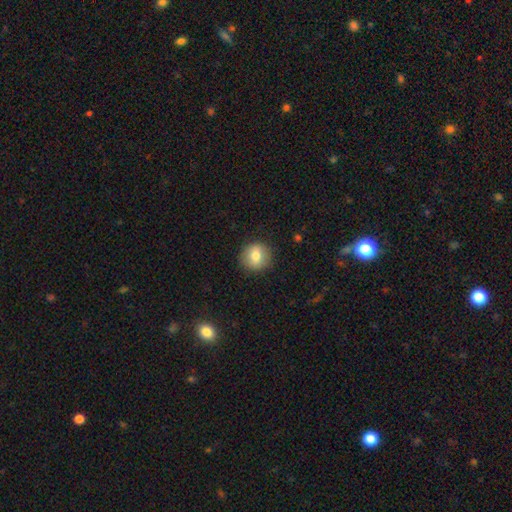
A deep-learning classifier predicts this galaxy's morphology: Smooth or featured: smooth — 75% (featured or disk — 17%)
How rounded: round — 89% (in between — 10%)
Merging: none — 88% (minor disturbance — 8%)